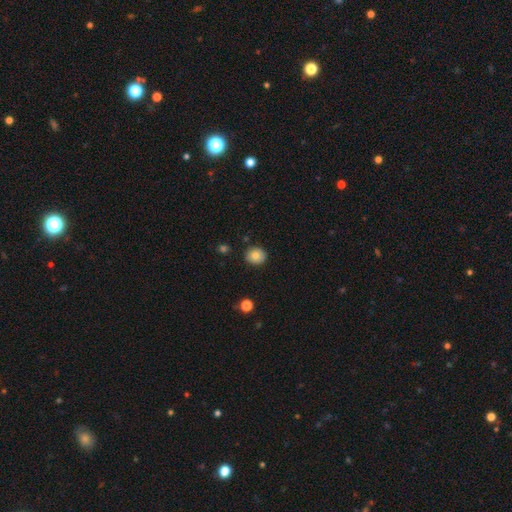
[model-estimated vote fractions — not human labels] A smooth galaxy with no disk features (81%) that is round (77%). Merging: none (87%).